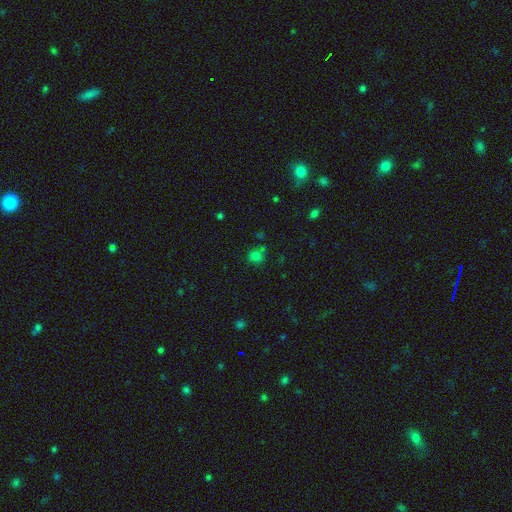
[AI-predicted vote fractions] smooth_or_featured: smooth (p=0.72) [alt: star or artifact p=0.21]
how_rounded: round (p=0.83) [alt: in between p=0.16]
merging: none (p=0.67) [alt: minor disturbance p=0.16]